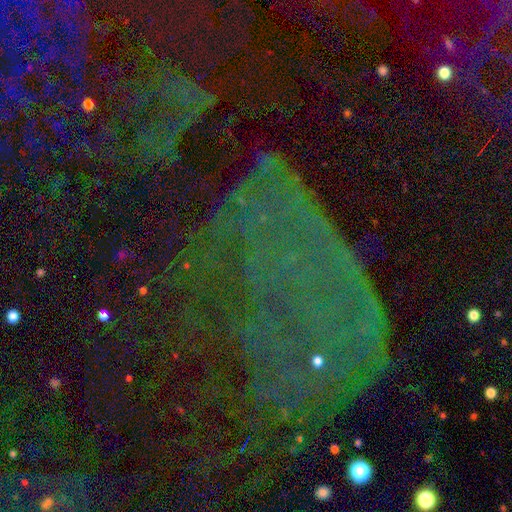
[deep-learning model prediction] This appears to be a star or artifact, not a galaxy (75%).